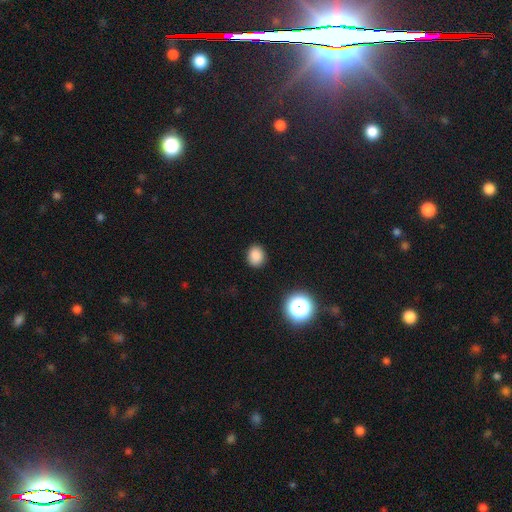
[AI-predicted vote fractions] smooth 84%, star or artifact 12%, featured or disk 4%. Down the decision tree: how rounded — round (66%); merging — none (88%).